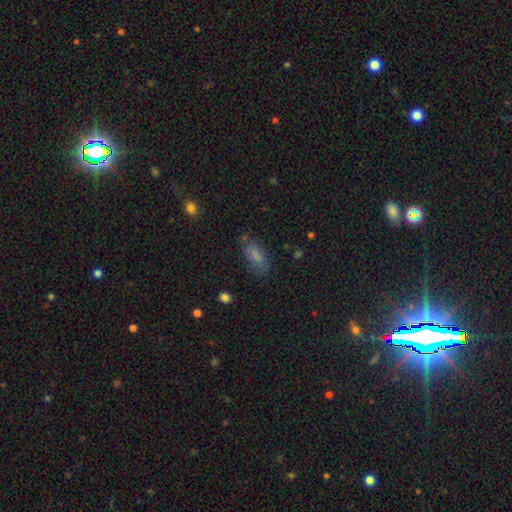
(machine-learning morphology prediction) type=smooth (77%); roundness=in between (83%); merging=none (70%).